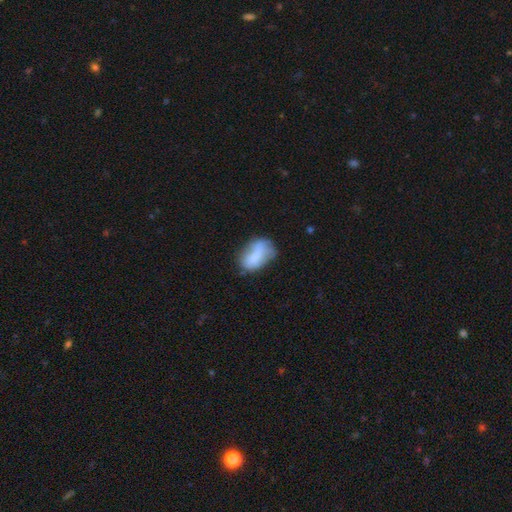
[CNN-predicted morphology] Smooth or featured?
  - smooth: 68% *
  - featured or disk: 24%
  - star or artifact: 8%
How rounded?
  - in between: 87% *
  - round: 11%
  - cigar-shaped: 2%
Merging?
  - none: 47% *
  - minor disturbance: 34%
  - major disturbance: 14%
  - merger: 5%